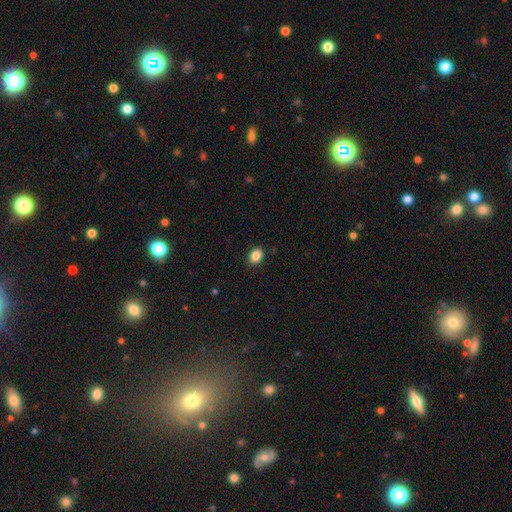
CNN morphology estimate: smooth 87%, star or artifact 9%, featured or disk 4%. Down the decision tree: how rounded — in between (67%); merging — none (89%).